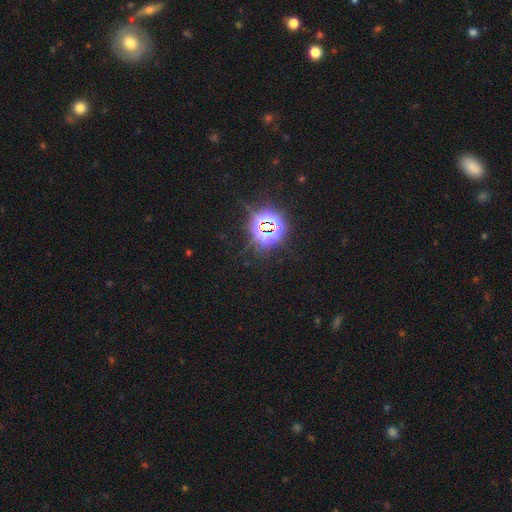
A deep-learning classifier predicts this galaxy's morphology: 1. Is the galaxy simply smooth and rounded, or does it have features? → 80% star or artifact, 14% smooth, 6% featured or disk.